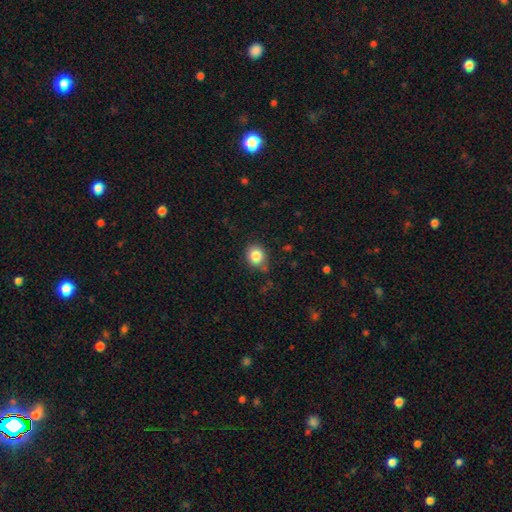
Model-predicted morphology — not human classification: smooth_or_featured: smooth (p=0.84) [alt: star or artifact p=0.10]
how_rounded: round (p=0.76) [alt: in between p=0.23]
merging: none (p=0.80) [alt: minor disturbance p=0.14]